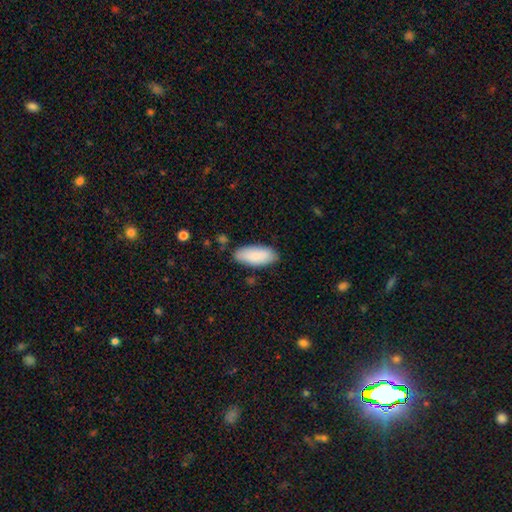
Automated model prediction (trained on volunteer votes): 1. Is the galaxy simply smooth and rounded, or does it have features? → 86% smooth, 8% featured or disk, 6% star or artifact.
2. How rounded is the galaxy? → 87% in between, 12% cigar-shaped, 2% round.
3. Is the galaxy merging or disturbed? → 83% none, 13% minor disturbance, 2% major disturbance, 2% merger.